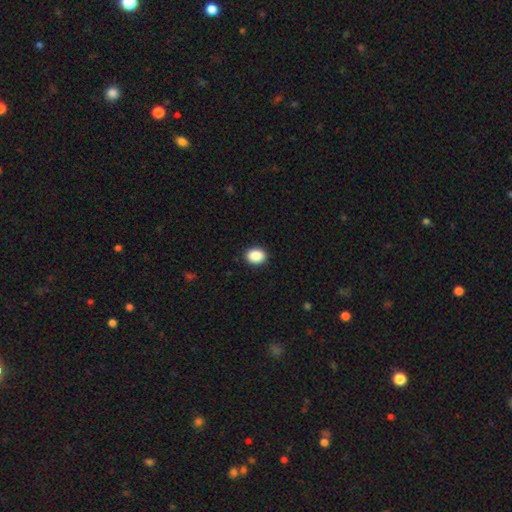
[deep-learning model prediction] Morphology: type=smooth (90%); roundness=in between (63%); merging=none (91%).